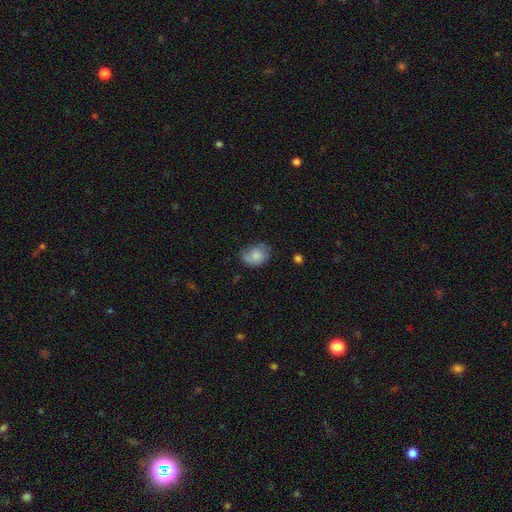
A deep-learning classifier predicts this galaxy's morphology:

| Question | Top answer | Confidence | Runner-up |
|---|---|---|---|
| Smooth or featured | smooth | 75% | featured or disk (17%) |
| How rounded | in between | 65% | round (34%) |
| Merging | none | 54% | minor disturbance (33%) |